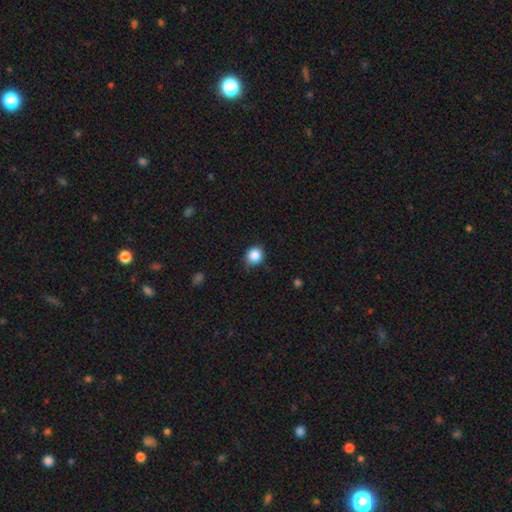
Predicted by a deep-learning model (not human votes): The model was most divided on "merging": none: 76%, minor disturbance: 19%, major disturbance: 4%, merger: 1%. More confident: how rounded — round (87%); smooth or featured — smooth (86%).